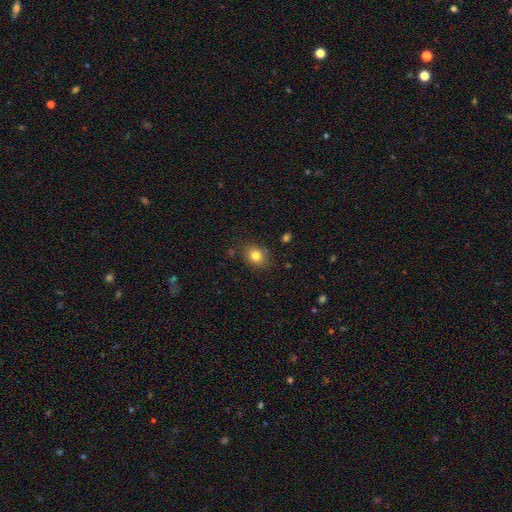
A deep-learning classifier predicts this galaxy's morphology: Smooth or featured? Predicted: smooth (p=0.81). How rounded? Predicted: round (p=0.53). Merging? Predicted: none (p=0.83).